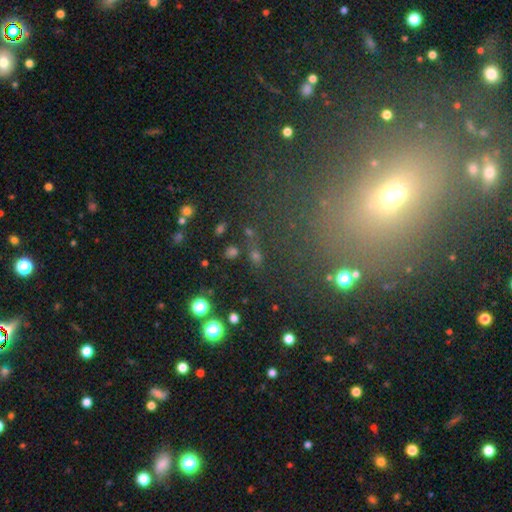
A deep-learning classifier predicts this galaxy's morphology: Overall: star or artifact (49%; smooth 37%).